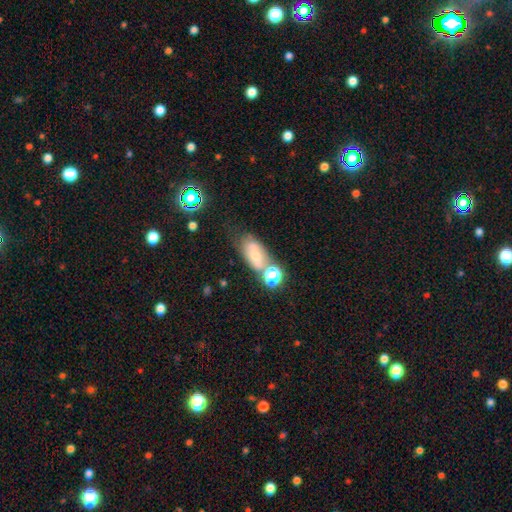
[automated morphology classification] This is possibly a smooth galaxy (57%). How rounded: clearly in between (82%). Merging: marginally none (38%).